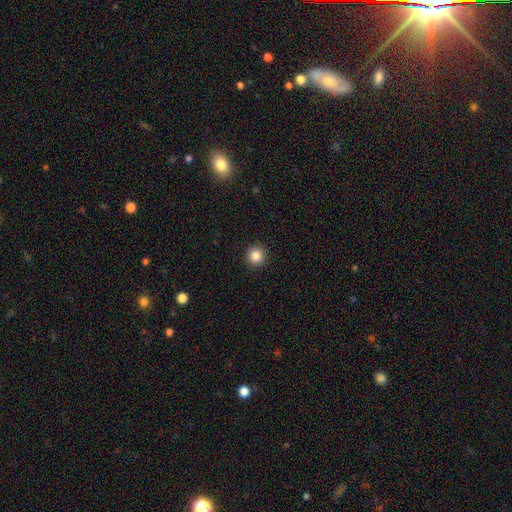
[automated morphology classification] Smooth or featured?
  - smooth: 86% *
  - star or artifact: 10%
  - featured or disk: 4%
How rounded?
  - round: 95% *
  - in between: 4%
  - cigar-shaped: 1%
Merging?
  - none: 93% *
  - minor disturbance: 4%
  - major disturbance: 2%
  - merger: 1%